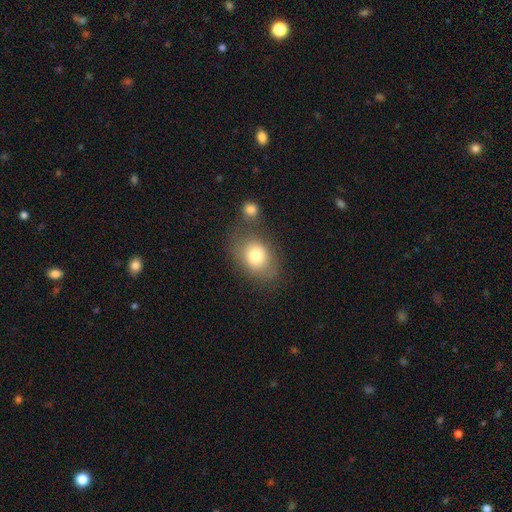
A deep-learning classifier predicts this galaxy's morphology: Q: Smooth or featured?
A: smooth (76%); runner-up: featured or disk (15%)
Q: How rounded?
A: in between (63%); runner-up: round (36%)
Q: Merging?
A: none (58%); runner-up: merger (18%)